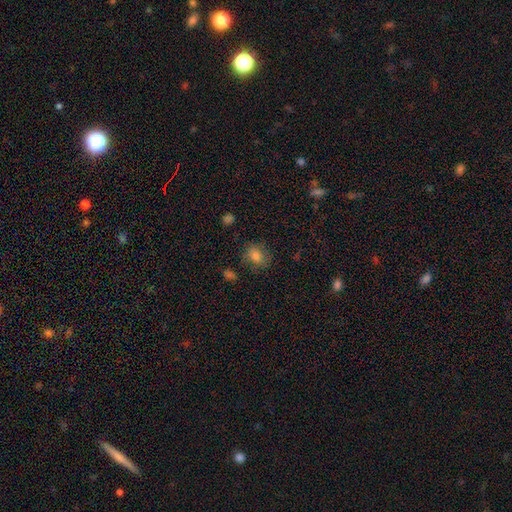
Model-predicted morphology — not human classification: smooth 79%, star or artifact 11%, featured or disk 9%. Down the decision tree: how rounded — round (61%); merging — none (77%).